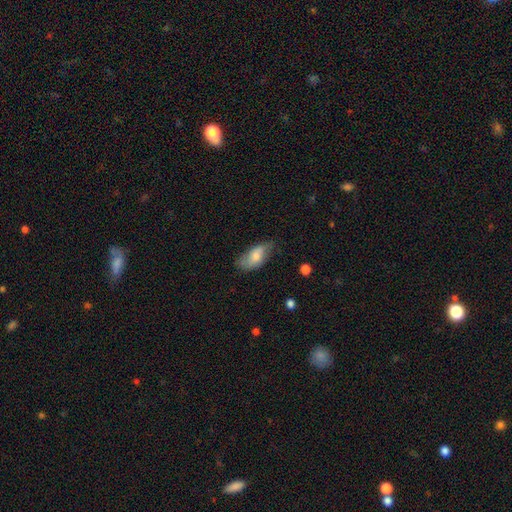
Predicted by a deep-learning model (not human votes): Smooth or featured? smooth (69%)
How rounded? in between (90%)
Merging? none (59%)